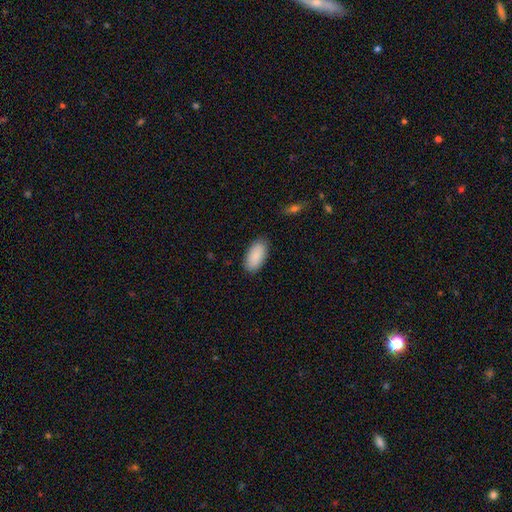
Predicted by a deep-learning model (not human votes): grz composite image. It shows a smooth galaxy with no disk features (90%) that is in between round and cigar-shaped (94%). Merging: none (88%).